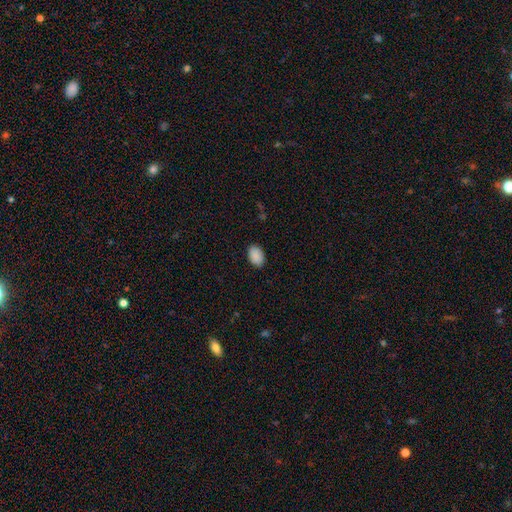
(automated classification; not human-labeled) This is clearly a smooth galaxy (90%). How rounded: clearly in between (89%). Merging: clearly none (89%).